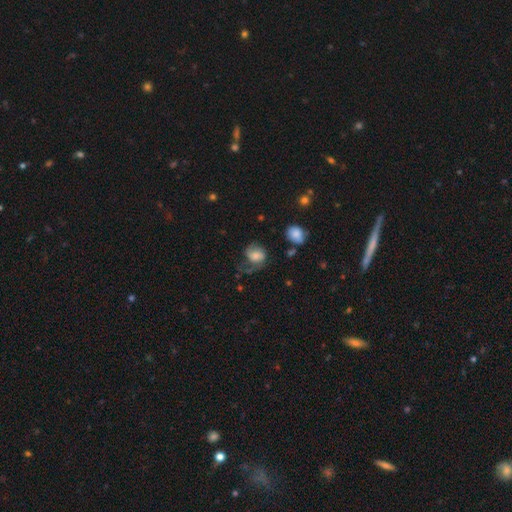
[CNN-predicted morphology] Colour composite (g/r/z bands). It shows a smooth galaxy with no disk features (49%). Merging: major disturbance (37%).